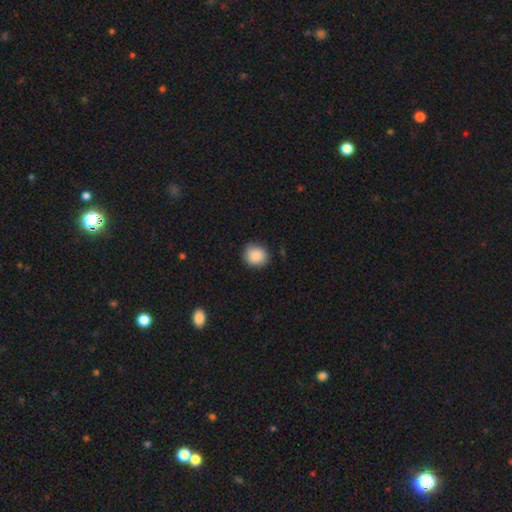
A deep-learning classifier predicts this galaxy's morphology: Smooth or featured: smooth — 87% (star or artifact — 7%)
How rounded: round — 79% (in between — 21%)
Merging: none — 82% (minor disturbance — 14%)